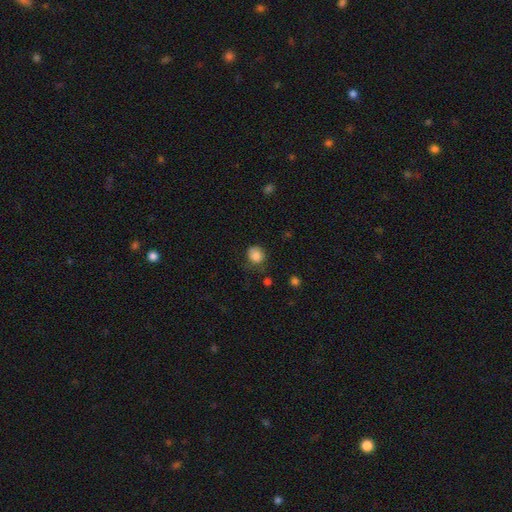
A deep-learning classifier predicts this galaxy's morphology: Smooth or featured? Predicted: smooth (p=0.85). How rounded? Predicted: round (p=0.75). Merging? Predicted: none (p=0.66).